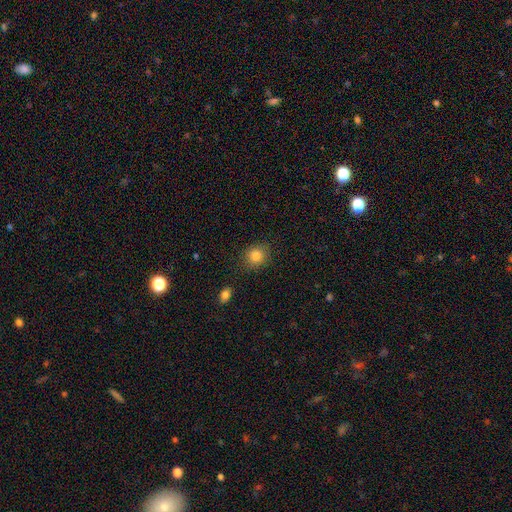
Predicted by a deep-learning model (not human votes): Smooth or featured? smooth (83%)
How rounded? round (74%)
Merging? none (85%)